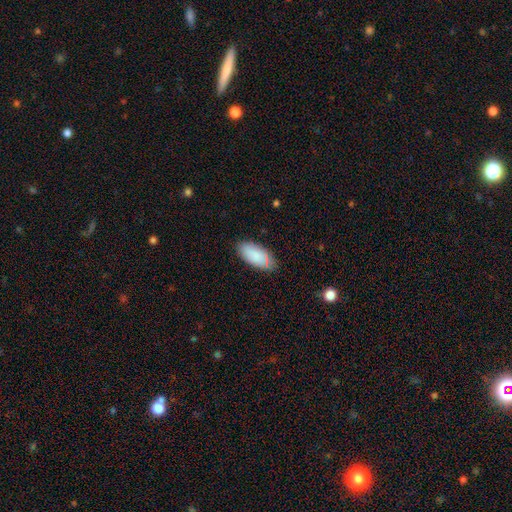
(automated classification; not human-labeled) Q: Smooth or featured?
A: smooth (86%); runner-up: featured or disk (8%)
Q: How rounded?
A: in between (91%); runner-up: cigar-shaped (7%)
Q: Merging?
A: none (83%); runner-up: minor disturbance (13%)